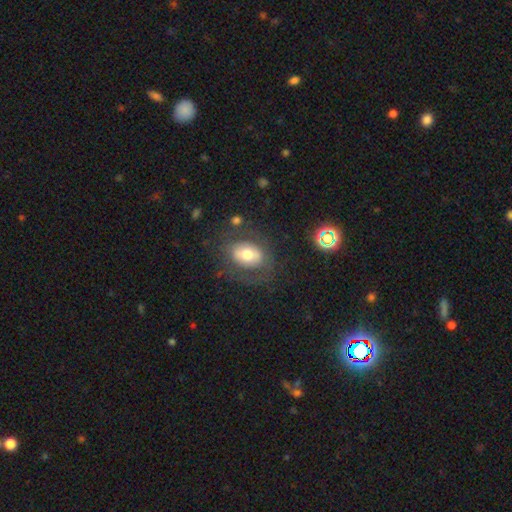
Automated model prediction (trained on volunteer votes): Smooth or featured? Predicted: smooth (p=0.50). Merging? Predicted: none (p=0.71).